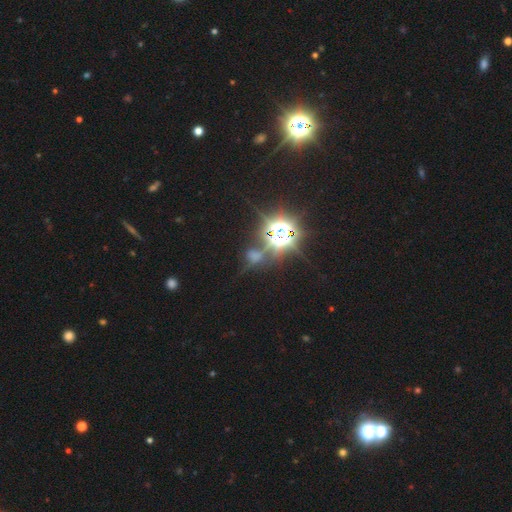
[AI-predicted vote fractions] A star or artifact, not a galaxy (76%).